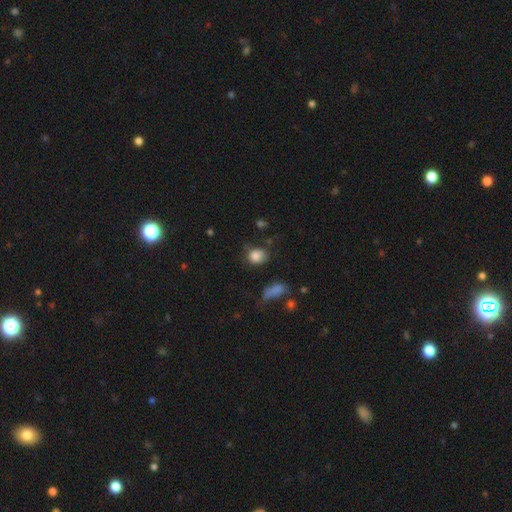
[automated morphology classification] smooth-or-featured: smooth: 83% | star or artifact: 11% | featured or disk: 7%
  how-rounded: round: 62% | in between: 36% | cigar-shaped: 2%
  merging: none: 59% | minor disturbance: 25% | major disturbance: 10% | merger: 6%